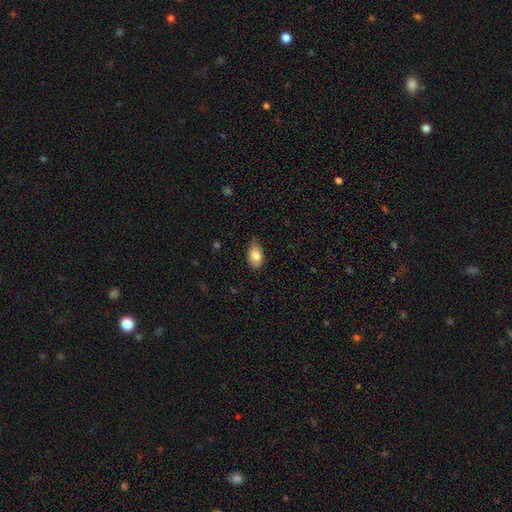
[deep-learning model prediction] The model was most divided on "merging": none: 72%, minor disturbance: 24%, major disturbance: 3%, merger: 1%. More confident: how rounded — in between (90%); smooth or featured — smooth (81%).